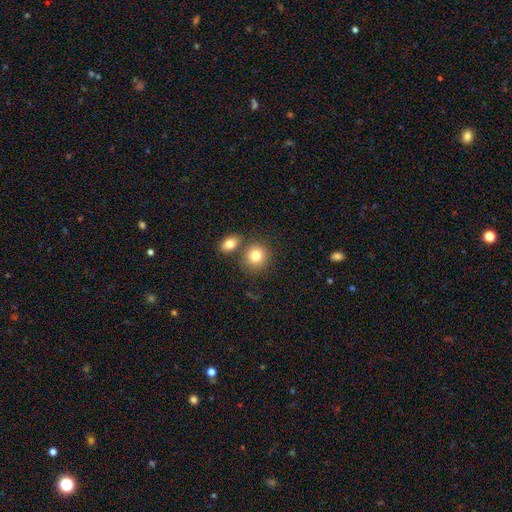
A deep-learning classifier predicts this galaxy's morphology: This is clearly a smooth galaxy (82%). How rounded: clearly round (82%). Merging: likely none (66%).